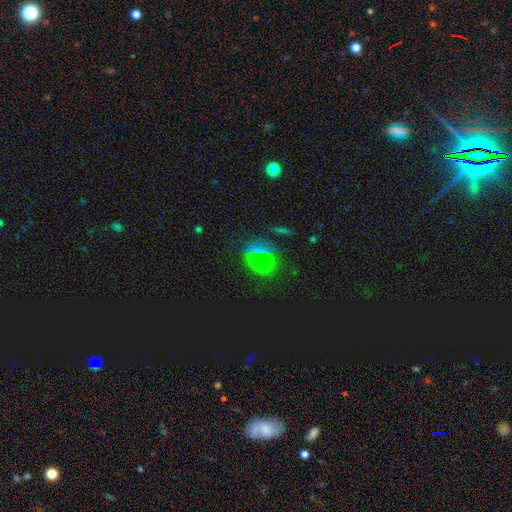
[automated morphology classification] Q: Smooth or featured?
A: smooth (59%); runner-up: star or artifact (35%)
Q: How rounded?
A: round (78%); runner-up: in between (19%)
Q: Merging?
A: none (81%); runner-up: minor disturbance (11%)